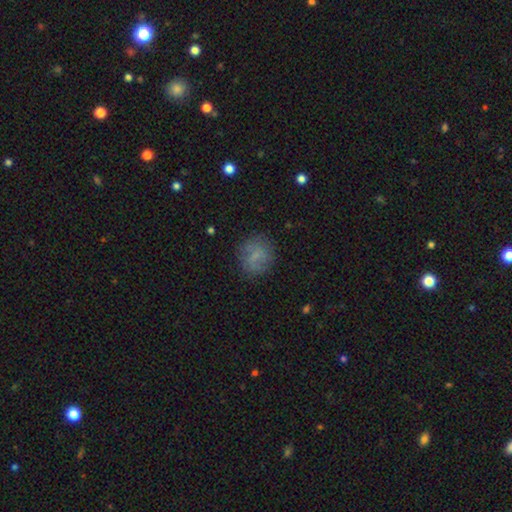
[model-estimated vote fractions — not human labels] Smooth or featured? Predicted: smooth (p=0.68). How rounded? Predicted: round (p=0.76). Merging? Predicted: none (p=0.76).